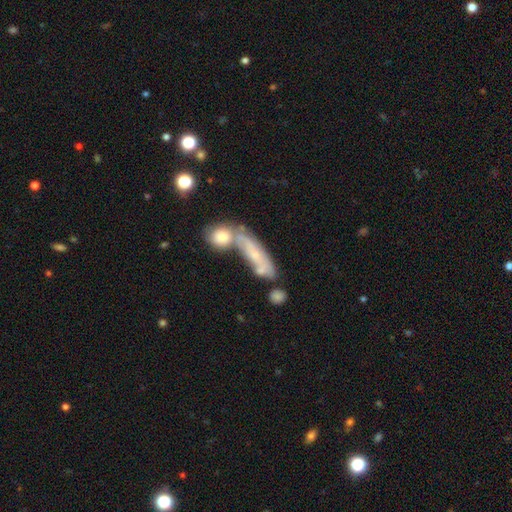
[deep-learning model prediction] smooth_or_featured: smooth (p=0.48) [alt: featured or disk p=0.43]
merging: merger (p=0.42) [alt: none p=0.34]